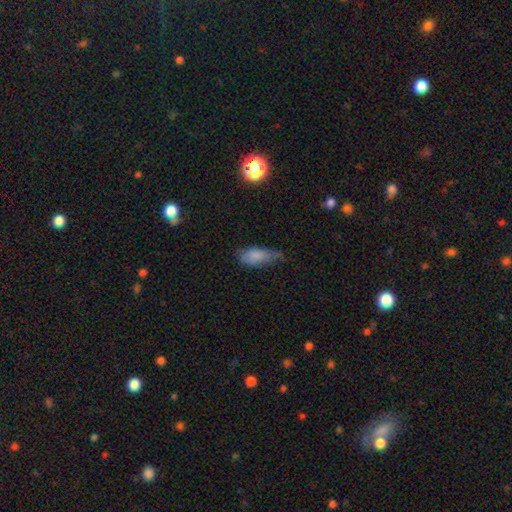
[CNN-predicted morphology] smooth 78%, featured or disk 14%, star or artifact 8%. Down the decision tree: how rounded — in between (81%); merging — minor disturbance (46%).